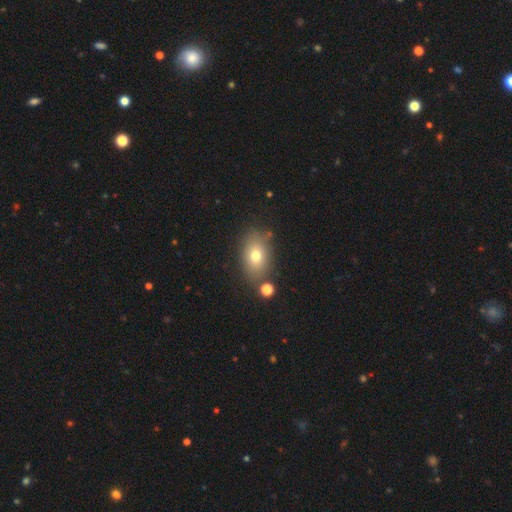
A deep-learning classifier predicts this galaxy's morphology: type=smooth (73%); roundness=in between (76%); merging=none (77%).